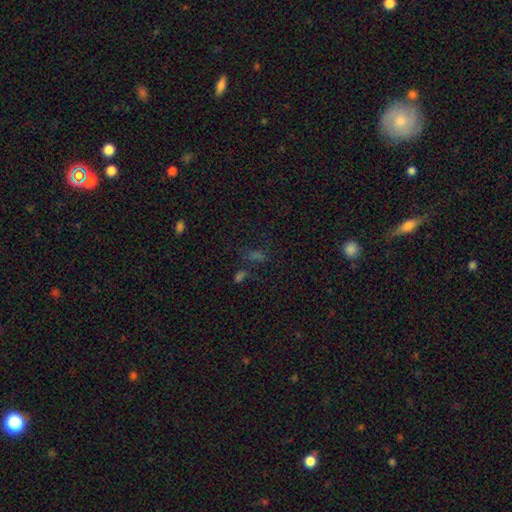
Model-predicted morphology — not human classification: smooth-or-featured: star or artifact: 47% | smooth: 40% | featured or disk: 13%